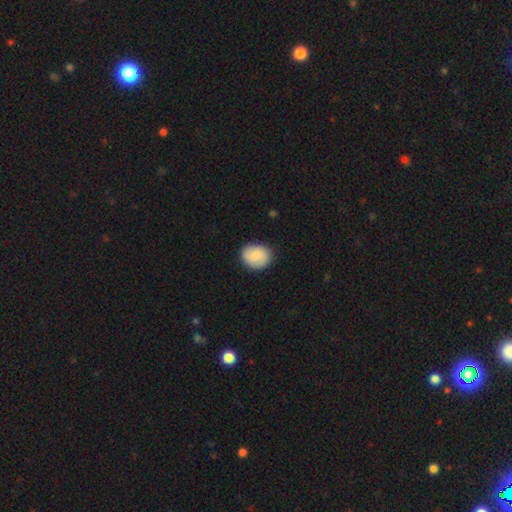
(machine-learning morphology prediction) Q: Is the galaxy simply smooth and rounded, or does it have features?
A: smooth — 78%.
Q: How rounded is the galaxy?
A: round — 60%.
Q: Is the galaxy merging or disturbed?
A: none — 85%.